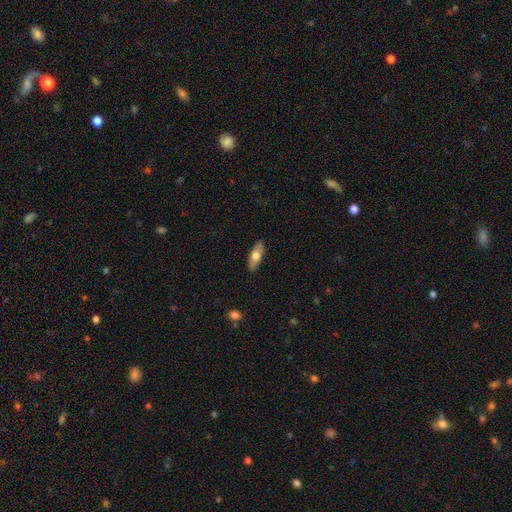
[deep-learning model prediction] Morphology: type=smooth (65%); roundness=in between (64%); merging=none (88%).